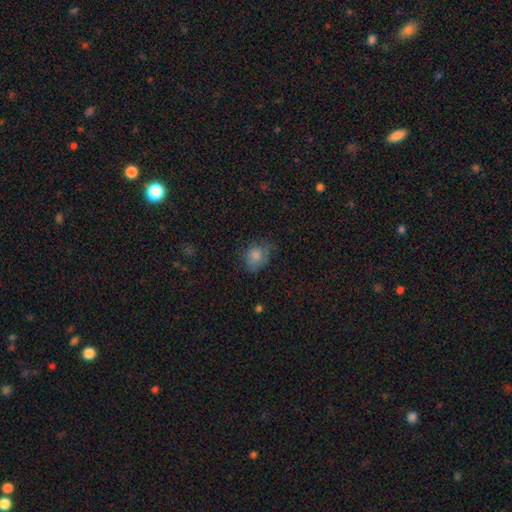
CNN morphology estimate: A smooth galaxy with no disk features (80%) that is in between round and cigar-shaped (52%). Merging: none (55%).